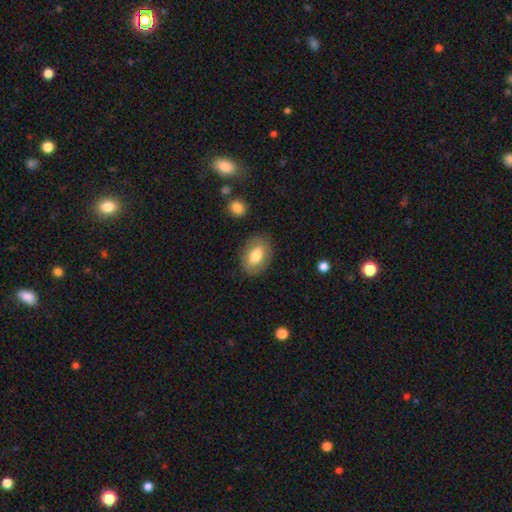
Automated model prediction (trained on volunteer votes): Overall: smooth (75%). How rounded: in between (83%). Merging: none (82%).